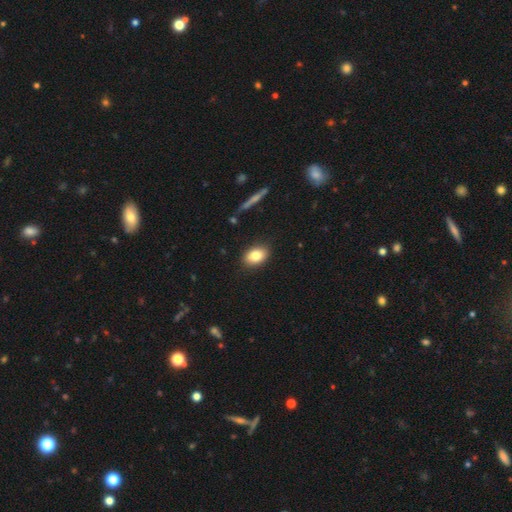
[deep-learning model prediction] This is clearly a smooth galaxy (81%). How rounded: clearly in between (81%). Merging: clearly none (87%).